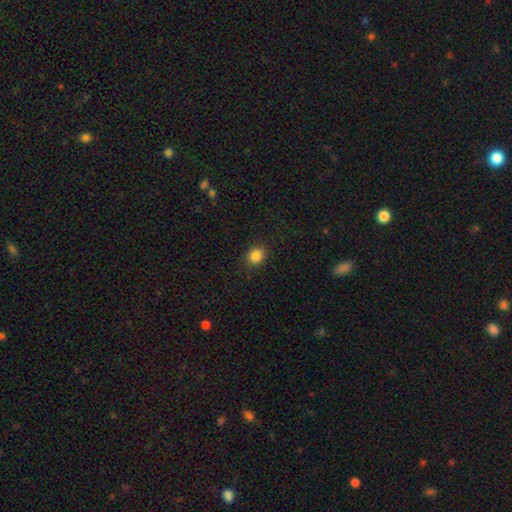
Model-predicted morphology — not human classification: Smooth or featured? smooth (85%)
How rounded? round (80%)
Merging? none (90%)